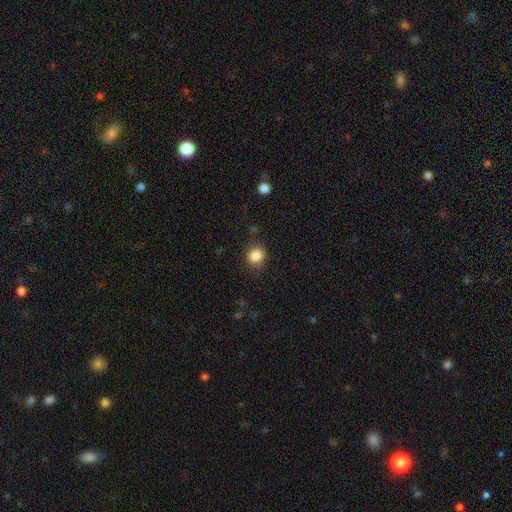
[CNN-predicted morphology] Smooth or featured? Predicted: smooth (p=0.85). How rounded? Predicted: round (p=0.86). Merging? Predicted: none (p=0.88).